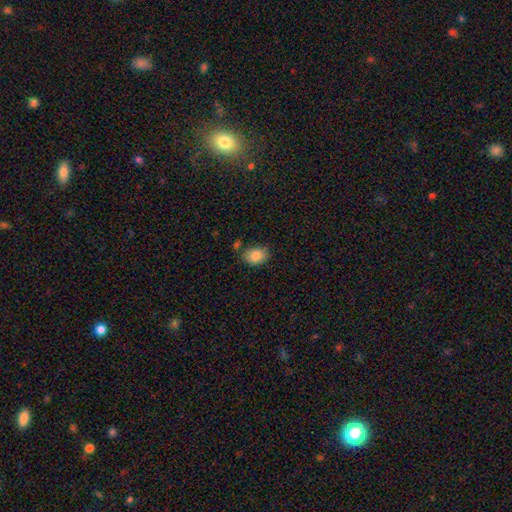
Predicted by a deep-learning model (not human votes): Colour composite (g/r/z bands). It shows a smooth galaxy with no disk features (84%) that is in between round and cigar-shaped (71%). Merging: none (73%).